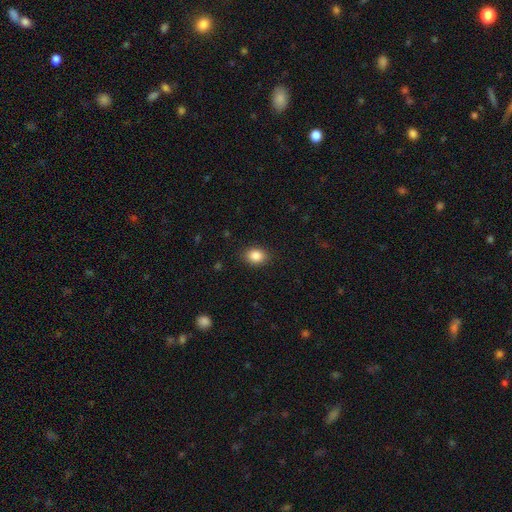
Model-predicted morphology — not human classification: This is clearly a smooth galaxy (86%). How rounded: likely in between (67%). Merging: clearly none (88%).